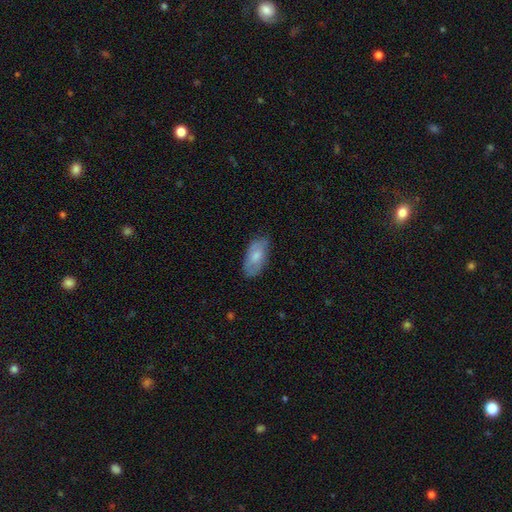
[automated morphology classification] Smooth or featured? Predicted: smooth (p=0.67). How rounded? Predicted: in between (p=0.92). Merging? Predicted: none (p=0.75).